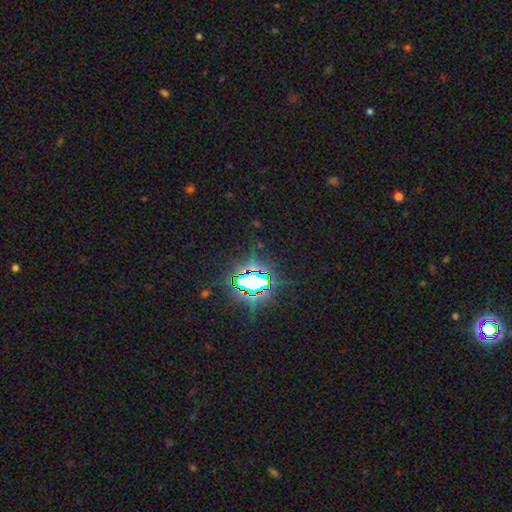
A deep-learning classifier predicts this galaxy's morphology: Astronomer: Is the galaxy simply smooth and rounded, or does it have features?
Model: star or artifact — 81%.